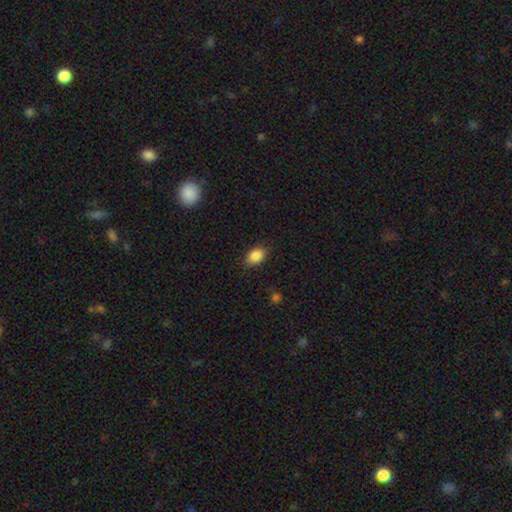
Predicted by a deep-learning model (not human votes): This is clearly a smooth galaxy (87%). How rounded: likely in between (77%). Merging: clearly none (82%).